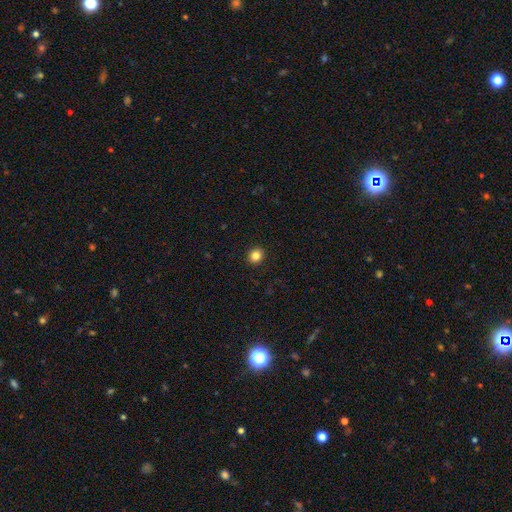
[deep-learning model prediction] Q: Smooth or featured?
A: smooth (84%); runner-up: star or artifact (11%)
Q: How rounded?
A: round (78%); runner-up: in between (21%)
Q: Merging?
A: none (92%); runner-up: minor disturbance (5%)